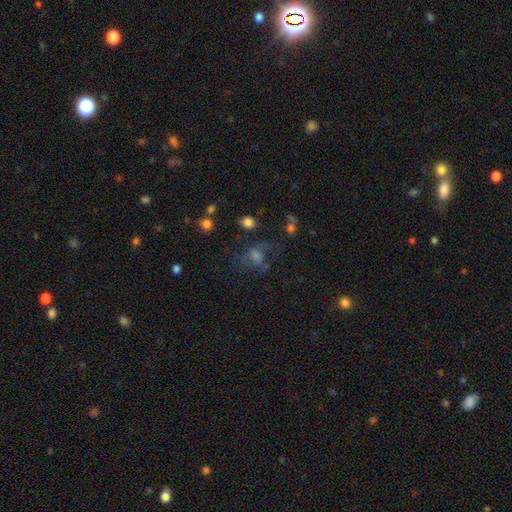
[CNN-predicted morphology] Smooth or featured?
  - featured or disk: 37% *
  - smooth: 35%
  - star or artifact: 28%
Merging?
  - none: 49% *
  - major disturbance: 28%
  - minor disturbance: 18%
  - merger: 6%